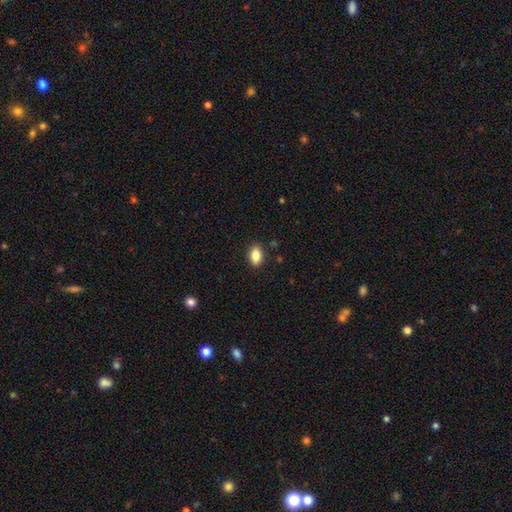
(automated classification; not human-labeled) Morphology: type=smooth (85%); roundness=in between (87%); merging=none (88%).